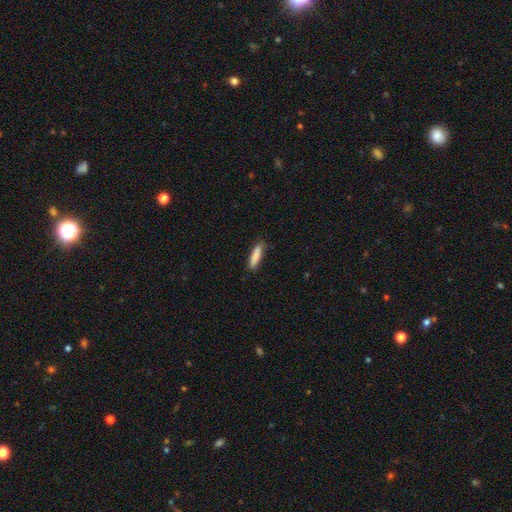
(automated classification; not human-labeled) Smooth or featured? smooth (85%)
How rounded? cigar-shaped (79%)
Merging? none (81%)